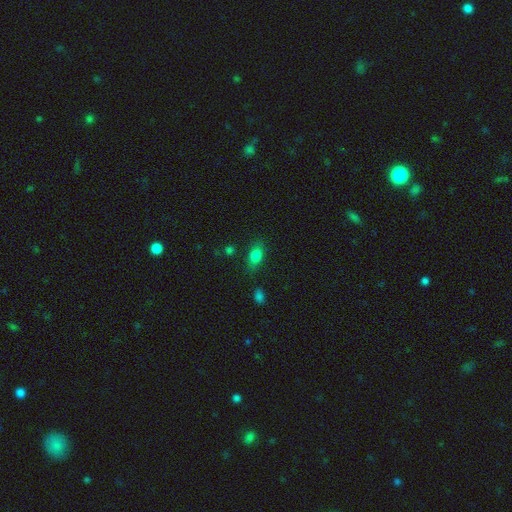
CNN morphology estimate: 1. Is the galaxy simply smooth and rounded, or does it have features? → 79% smooth, 11% featured or disk, 10% star or artifact.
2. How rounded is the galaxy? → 78% in between, 13% round, 9% cigar-shaped.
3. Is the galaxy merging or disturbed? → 77% none, 15% minor disturbance, 4% major disturbance, 3% merger.